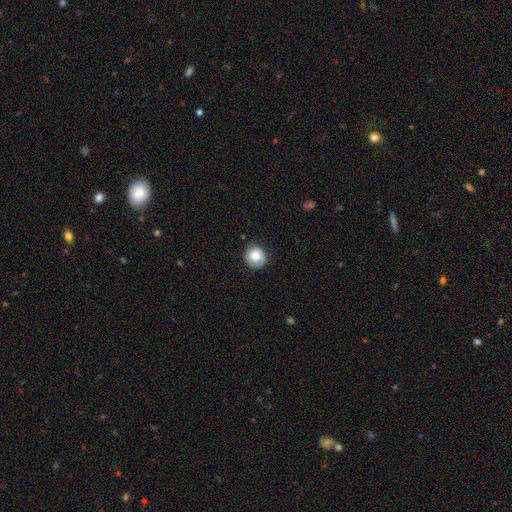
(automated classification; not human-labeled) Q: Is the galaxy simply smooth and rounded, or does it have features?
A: smooth — 81%.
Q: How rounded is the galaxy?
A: round — 89%.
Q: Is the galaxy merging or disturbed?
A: none — 79%.